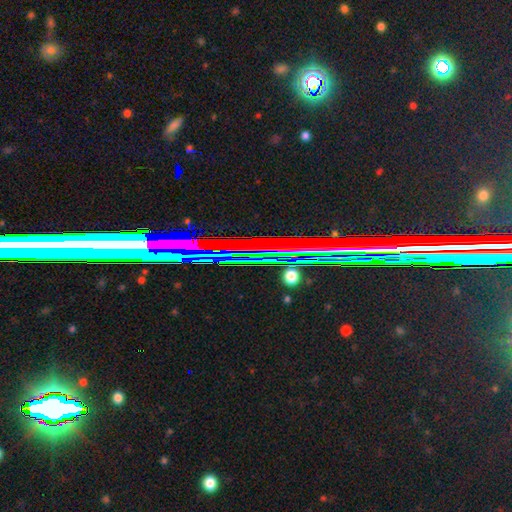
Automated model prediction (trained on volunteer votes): smooth-or-featured: star or artifact: 74% | featured or disk: 15% | smooth: 11%